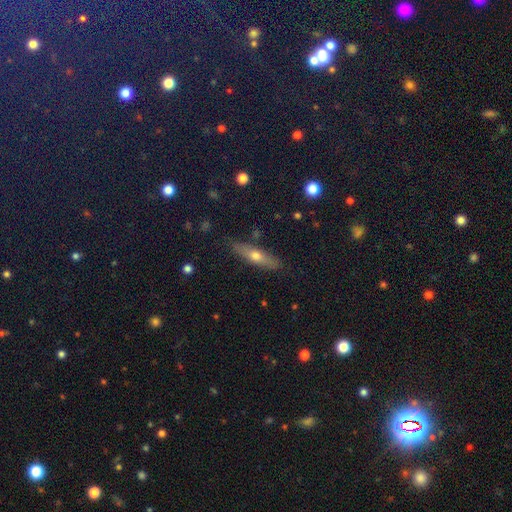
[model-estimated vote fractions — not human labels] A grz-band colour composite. It shows a featured or disk galaxy (47%). Merging: none (86%).